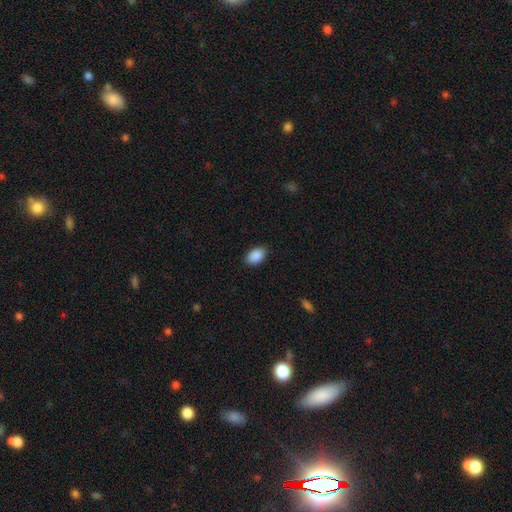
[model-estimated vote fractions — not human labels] The model was most divided on "merging": none: 86%, minor disturbance: 11%, major disturbance: 2%, merger: 1%. More confident: smooth or featured — smooth (90%); how rounded — in between (90%).